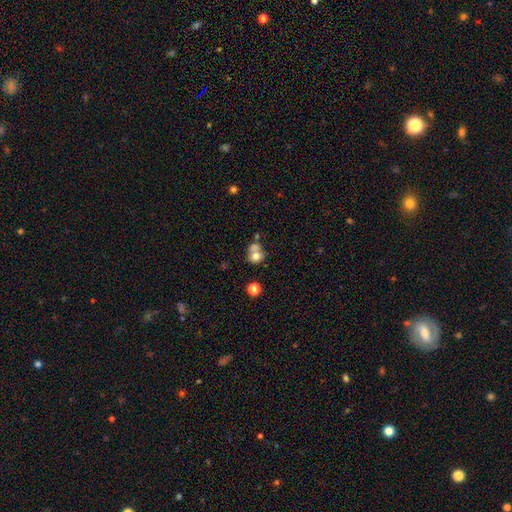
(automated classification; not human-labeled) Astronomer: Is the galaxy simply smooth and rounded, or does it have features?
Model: smooth — 71%.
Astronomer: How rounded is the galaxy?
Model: round — 76%.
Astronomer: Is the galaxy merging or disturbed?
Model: merger — 47% (runner-up: none, 36%).